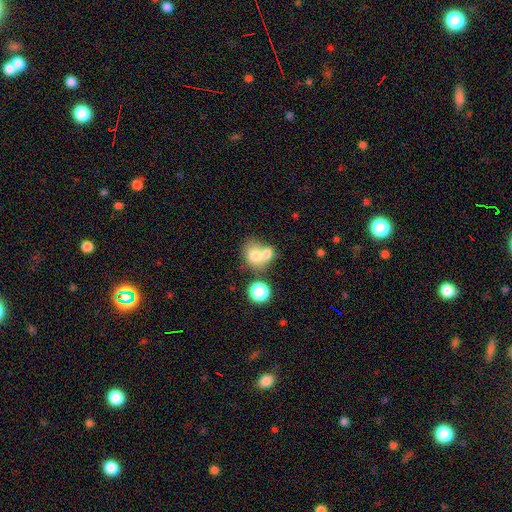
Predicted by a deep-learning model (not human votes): Smooth or featured? smooth (71%)
How rounded? round (62%)
Merging? merger (63%)